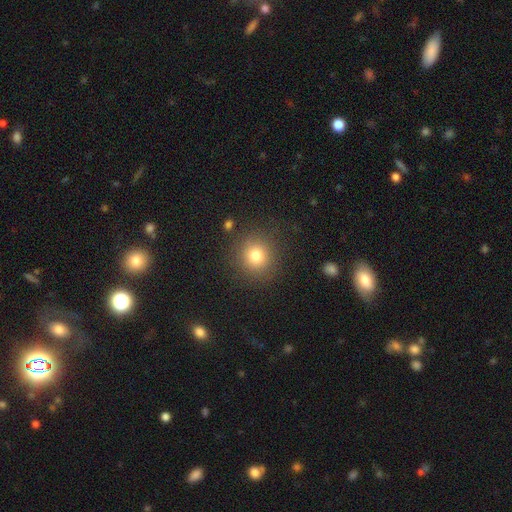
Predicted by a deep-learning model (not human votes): Q: Smooth or featured?
A: smooth (79%); runner-up: star or artifact (13%)
Q: How rounded?
A: round (91%); runner-up: in between (8%)
Q: Merging?
A: none (87%); runner-up: minor disturbance (8%)